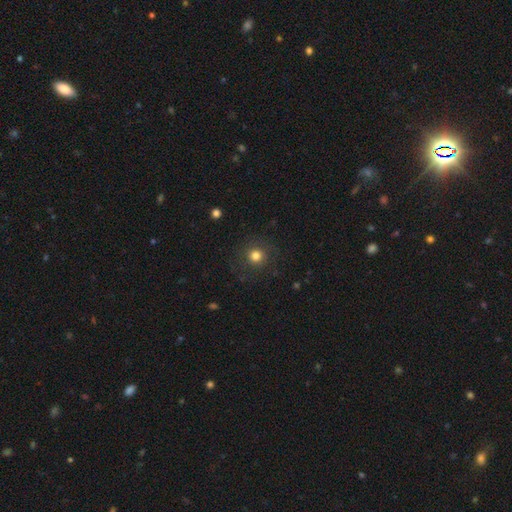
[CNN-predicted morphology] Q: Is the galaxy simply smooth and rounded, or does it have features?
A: smooth — 80%.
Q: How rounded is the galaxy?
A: round — 93%.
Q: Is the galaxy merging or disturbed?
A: none — 86%.